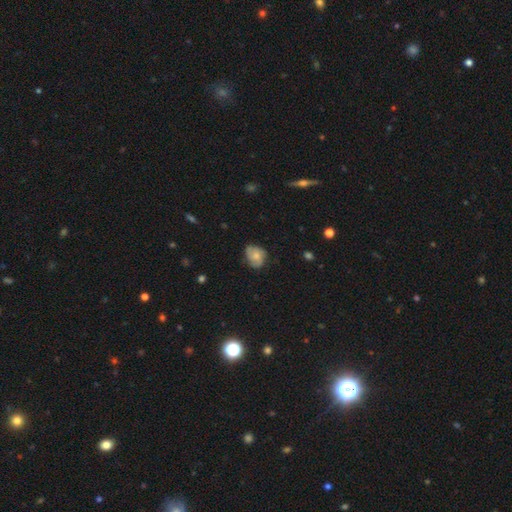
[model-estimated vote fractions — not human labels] Smooth or featured? Predicted: smooth (p=0.63). How rounded? Predicted: in between (p=0.52). Merging? Predicted: none (p=0.59).